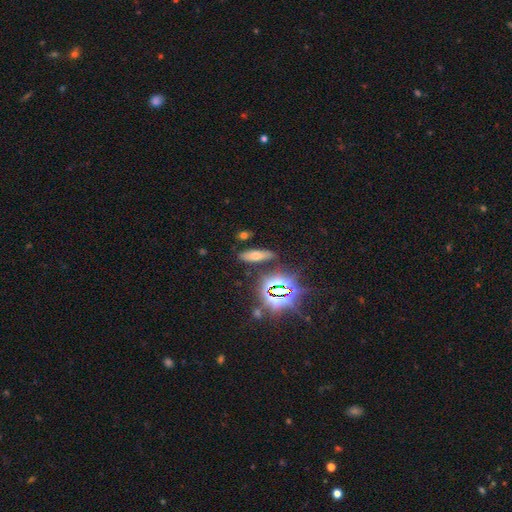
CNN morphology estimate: smooth_or_featured: smooth (p=0.53) [alt: star or artifact p=0.29]
how_rounded: in between (p=0.52) [alt: cigar-shaped p=0.42]
merging: none (p=0.83) [alt: minor disturbance p=0.10]